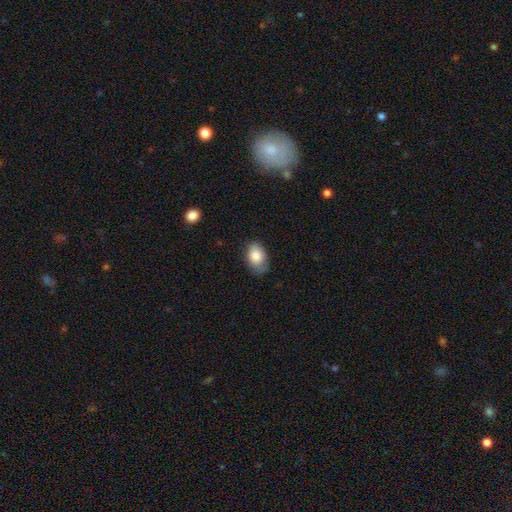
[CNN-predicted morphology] smooth 84%, featured or disk 9%, star or artifact 7%. Down the decision tree: how rounded — in between (85%); merging — none (64%).